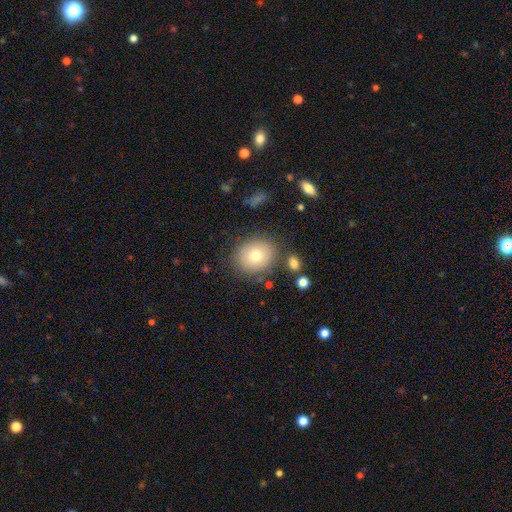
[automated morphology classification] type=smooth (75%); roundness=round (68%); merging=none (81%).